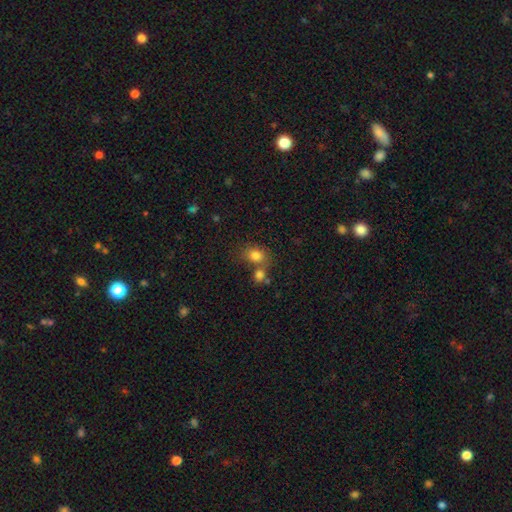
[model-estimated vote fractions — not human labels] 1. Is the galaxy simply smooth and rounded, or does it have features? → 81% smooth, 11% star or artifact, 8% featured or disk.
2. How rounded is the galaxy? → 51% round, 48% in between, 1% cigar-shaped.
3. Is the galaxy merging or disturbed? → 49% none, 35% merger, 11% minor disturbance, 5% major disturbance.